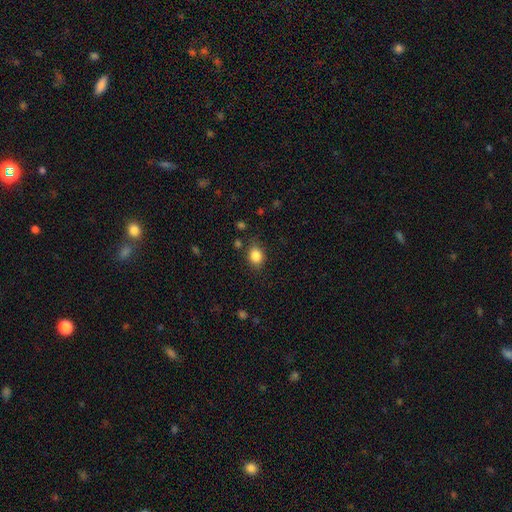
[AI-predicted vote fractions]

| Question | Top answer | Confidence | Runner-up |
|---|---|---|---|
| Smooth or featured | smooth | 84% | star or artifact (10%) |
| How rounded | round | 50% | in between (49%) |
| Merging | none | 78% | minor disturbance (15%) |